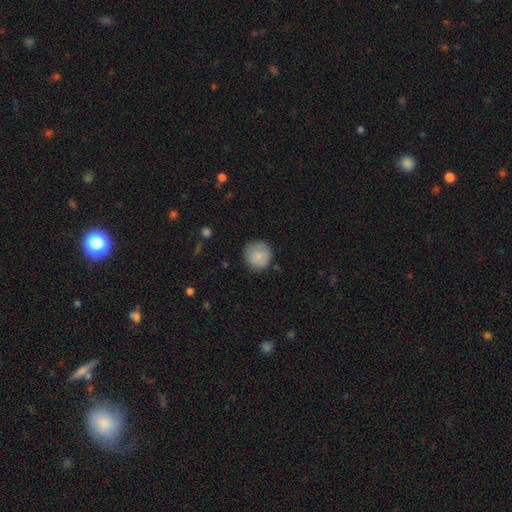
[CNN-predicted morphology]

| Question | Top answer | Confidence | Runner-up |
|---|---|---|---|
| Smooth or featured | smooth | 86% | star or artifact (7%) |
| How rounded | round | 93% | in between (6%) |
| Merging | none | 80% | minor disturbance (15%) |